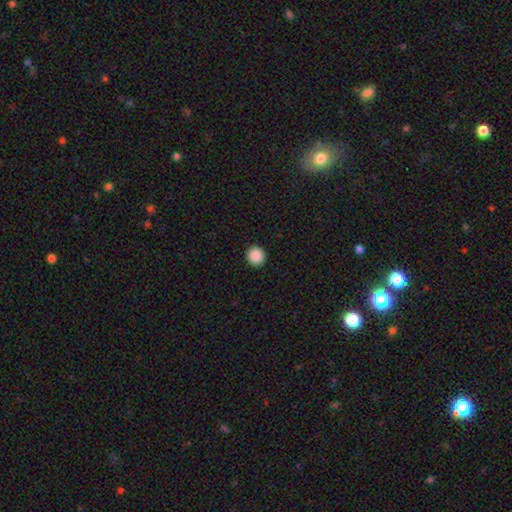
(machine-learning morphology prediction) smooth 89%, star or artifact 9%, featured or disk 2%. Down the decision tree: how rounded — round (91%); merging — none (93%).